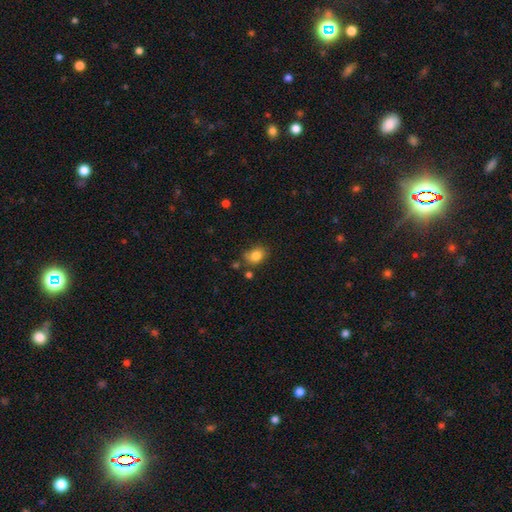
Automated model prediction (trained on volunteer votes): Overall: smooth (83%). How rounded: in between (58%; round 41%). Merging: none (72%).